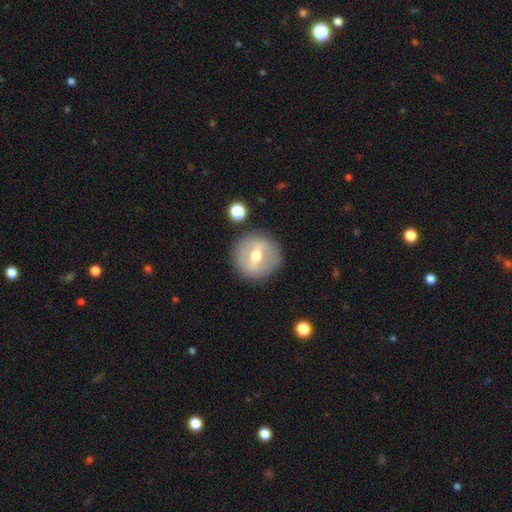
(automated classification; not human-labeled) featured or disk 57%, smooth 35%, star or artifact 7%. Down the decision tree: edge-on disk — no (87%); merging — none (87%).